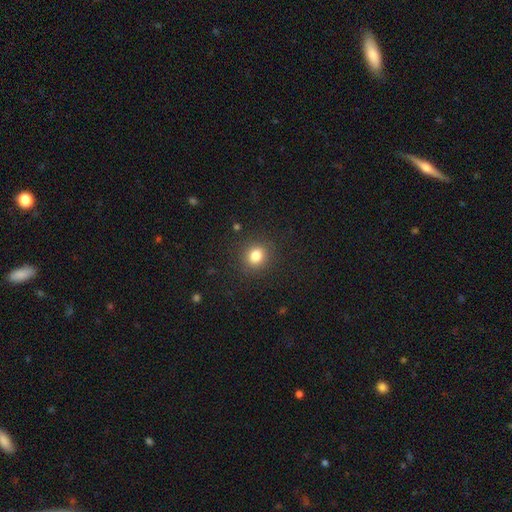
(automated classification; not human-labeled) The model was most divided on "how rounded": round: 77%, in between: 22%, cigar-shaped: 1%. More confident: merging — none (88%); smooth or featured — smooth (82%).